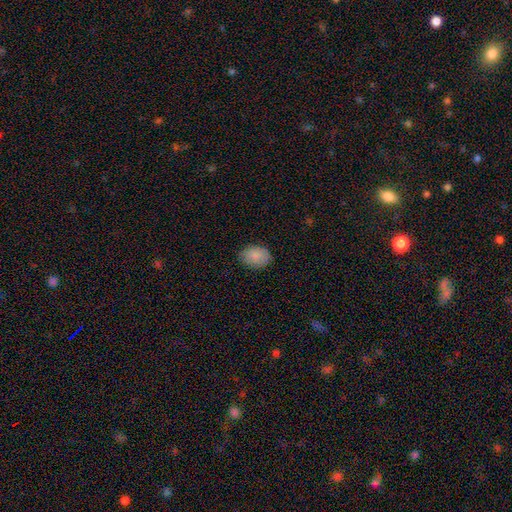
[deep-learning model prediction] This is clearly a smooth galaxy (87%). How rounded: likely in between (74%). Merging: clearly none (83%).